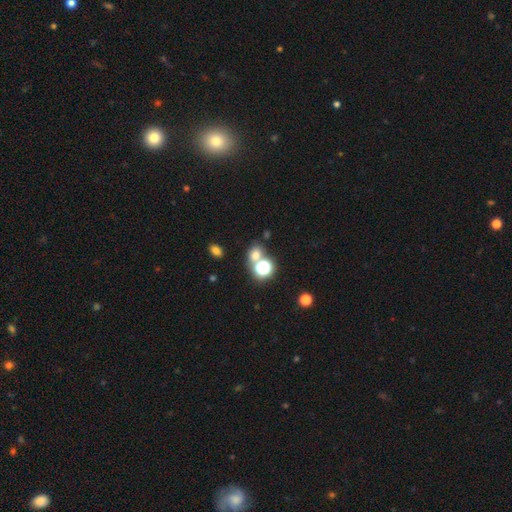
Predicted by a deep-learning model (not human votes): This is likely a smooth galaxy (63%). How rounded: likely round (63%). Merging: likely none (60%).